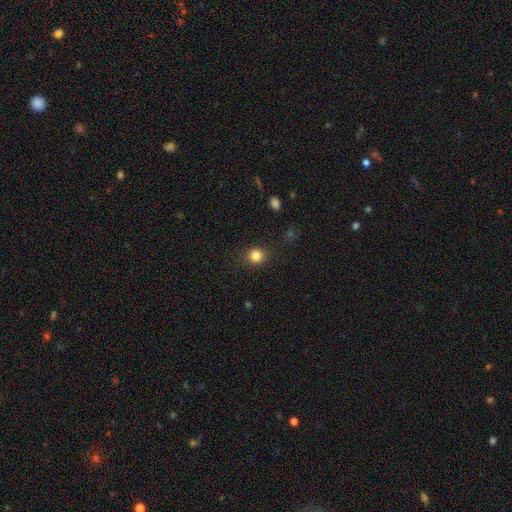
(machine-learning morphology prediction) The model was most divided on "smooth or featured": smooth: 83%, star or artifact: 12%, featured or disk: 5%. More confident: merging — none (89%); how rounded — round (88%).